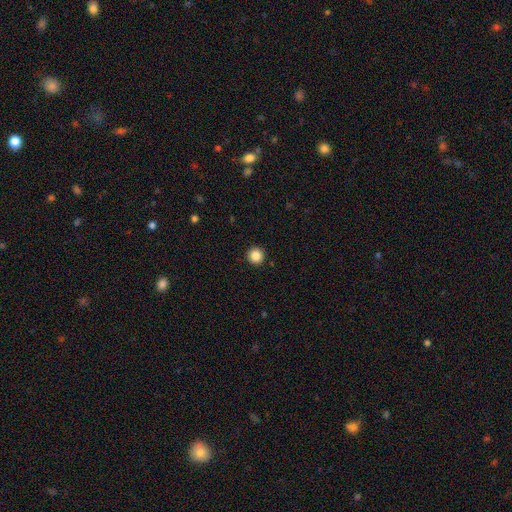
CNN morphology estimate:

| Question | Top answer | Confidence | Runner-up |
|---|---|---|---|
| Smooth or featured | smooth | 86% | star or artifact (10%) |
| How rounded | round | 96% | in between (3%) |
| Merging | none | 93% | minor disturbance (4%) |